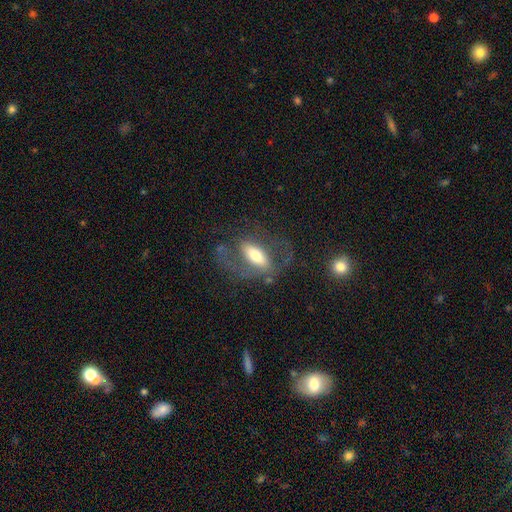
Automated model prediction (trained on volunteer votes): smooth-or-featured: featured or disk: 60% | smooth: 33% | star or artifact: 7%
  disk-edge-on: no: 82% | yes: 18%
  merging: none: 51% | major disturbance: 28% | minor disturbance: 18% | merger: 3%